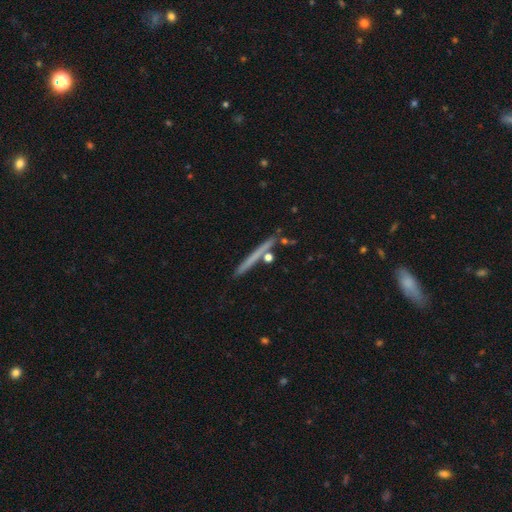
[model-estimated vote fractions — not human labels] Morphology: type=featured or disk (49%); merging=none (85%).